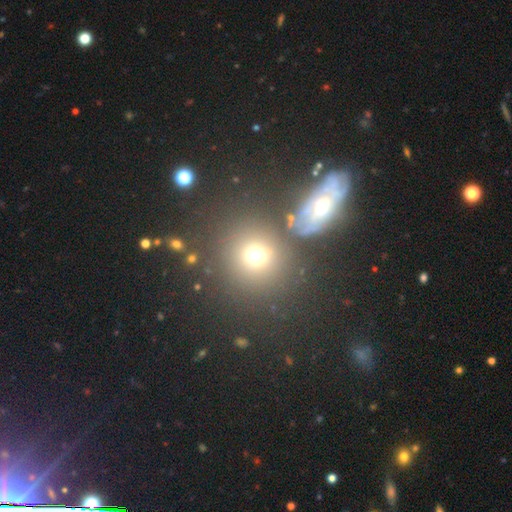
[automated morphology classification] Smooth or featured? Predicted: smooth (p=0.70). How rounded? Predicted: round (p=0.86). Merging? Predicted: none (p=0.70).